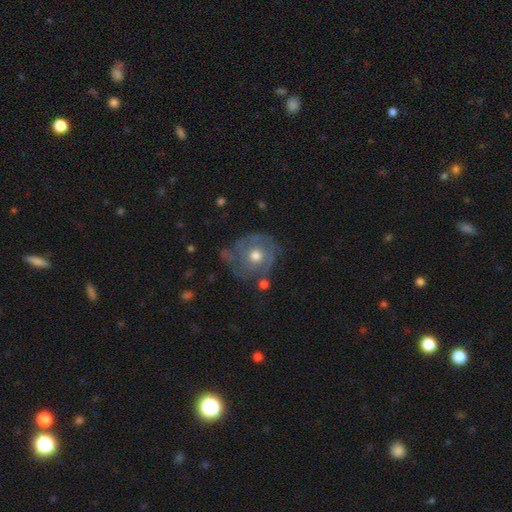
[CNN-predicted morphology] A featured or disk galaxy (57%) with no bar (88%), spiral arms (58%) and a moderate central bulge (77%).

Vote fractions:
- Smooth or featured? featured or disk: 57% / smooth: 35% / star or artifact: 8%
- Edge-on disk? no: 97% / yes: 3%
- Bar? no: 88% / weak: 10% / strong: 2%
- Spiral arms? yes: 58% / no: 42%
- Bulge size? moderate: 77% / small: 11% / large: 10% / none: 1% / dominant: 1%
- Merging? none: 55% / minor disturbance: 23% / major disturbance: 16% / merger: 5%